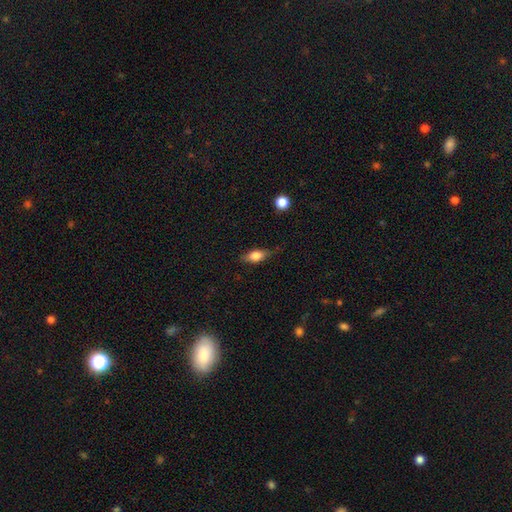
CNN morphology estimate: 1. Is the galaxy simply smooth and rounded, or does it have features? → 71% smooth, 22% featured or disk, 8% star or artifact.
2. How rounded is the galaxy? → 77% in between, 16% cigar-shaped, 7% round.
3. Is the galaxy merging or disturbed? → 74% none, 20% minor disturbance, 5% major disturbance, 1% merger.